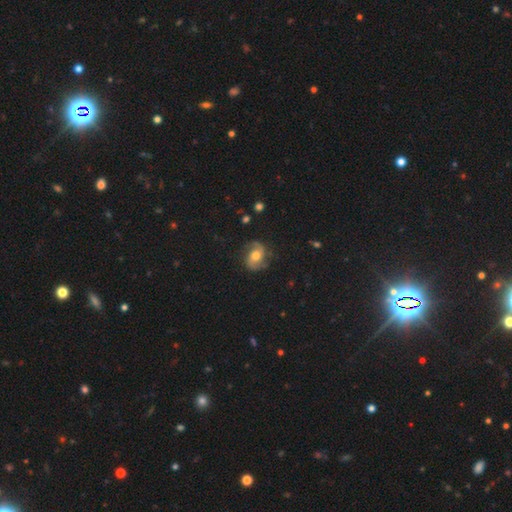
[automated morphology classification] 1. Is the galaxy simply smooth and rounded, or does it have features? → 71% featured or disk, 21% smooth, 8% star or artifact.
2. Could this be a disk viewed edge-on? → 97% no, 3% yes.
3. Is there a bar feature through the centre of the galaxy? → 61% no, 31% weak, 8% strong.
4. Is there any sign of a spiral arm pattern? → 92% yes, 8% no.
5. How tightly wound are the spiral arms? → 46% medium, 34% loose, 20% tight.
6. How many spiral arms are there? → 89% 2, 5% can't tell, 3% 1, 1% 3, 1% 4, 1% more than 4.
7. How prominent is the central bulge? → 66% moderate, 16% large, 15% small, 2% none, 2% dominant.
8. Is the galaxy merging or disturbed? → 74% none, 17% minor disturbance, 7% major disturbance, 1% merger.